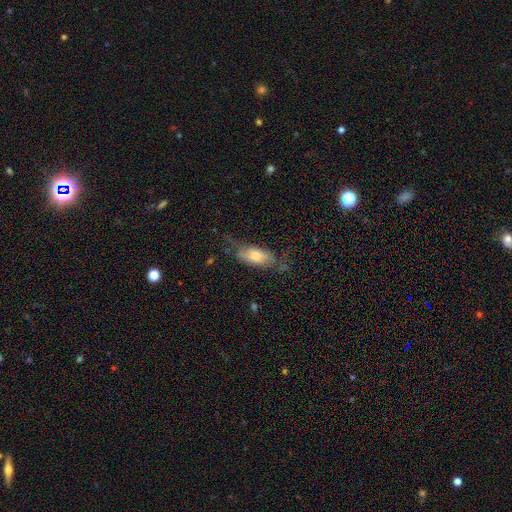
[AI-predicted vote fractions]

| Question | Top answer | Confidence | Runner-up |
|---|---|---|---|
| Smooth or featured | smooth | 62% | featured or disk (31%) |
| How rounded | in between | 80% | cigar-shaped (18%) |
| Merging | none | 42% | minor disturbance (29%) |